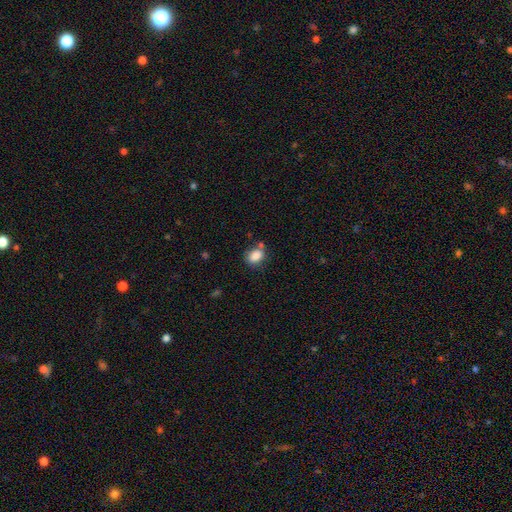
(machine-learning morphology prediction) This is clearly a smooth galaxy (85%). How rounded: likely in between (64%). Merging: likely none (63%).